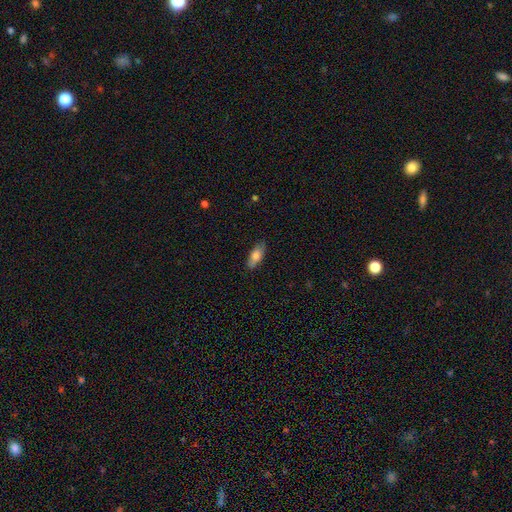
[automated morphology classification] Smooth or featured?
  - smooth: 76% *
  - featured or disk: 18%
  - star or artifact: 6%
How rounded?
  - in between: 74% *
  - cigar-shaped: 24%
  - round: 3%
Merging?
  - none: 84% *
  - minor disturbance: 13%
  - major disturbance: 2%
  - merger: 1%